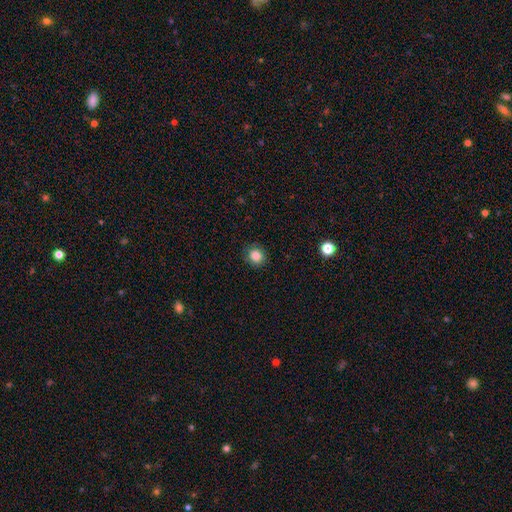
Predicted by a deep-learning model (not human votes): A smooth galaxy with no disk features (84%) that is round (87%).

Vote fractions:
- Smooth or featured? smooth: 84% / star or artifact: 11% / featured or disk: 5%
- How rounded? round: 87% / in between: 12% / cigar-shaped: 1%
- Merging? none: 89% / minor disturbance: 8% / major disturbance: 2% / merger: 1%